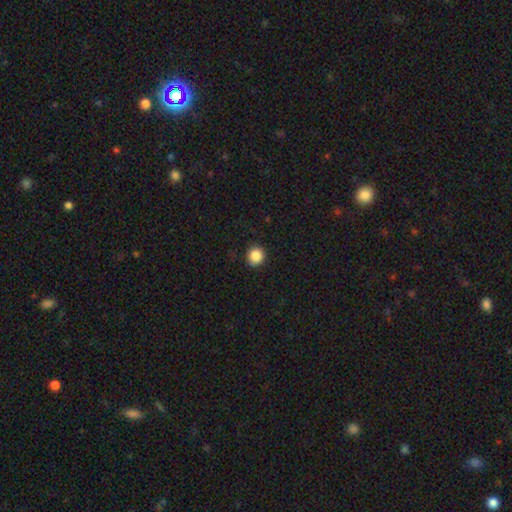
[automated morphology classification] smooth_or_featured: smooth (p=0.87) [alt: star or artifact p=0.10]
how_rounded: round (p=0.91) [alt: in between p=0.08]
merging: none (p=0.90) [alt: minor disturbance p=0.07]